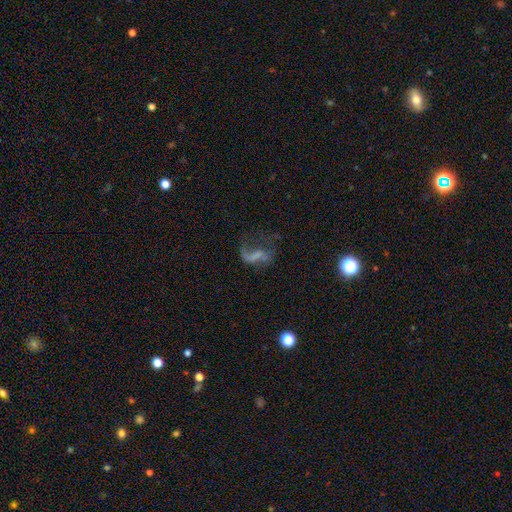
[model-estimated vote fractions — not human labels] Smooth or featured? Predicted: featured or disk (p=0.55). Edge-on disk? Predicted: no (p=0.96). Bar? Predicted: no (p=0.54). Spiral arms? Predicted: yes (p=0.55). Bulge size? Predicted: none (p=0.71). Merging? Predicted: major disturbance (p=0.47).